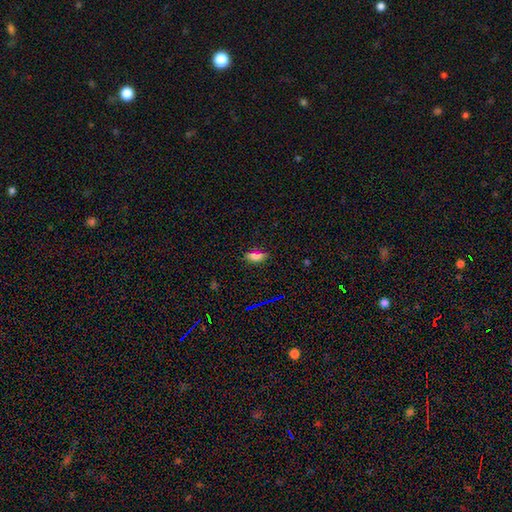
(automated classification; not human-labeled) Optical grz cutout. It shows a smooth galaxy with no disk features (66%) that is in between round and cigar-shaped (77%). Merging: none (78%).